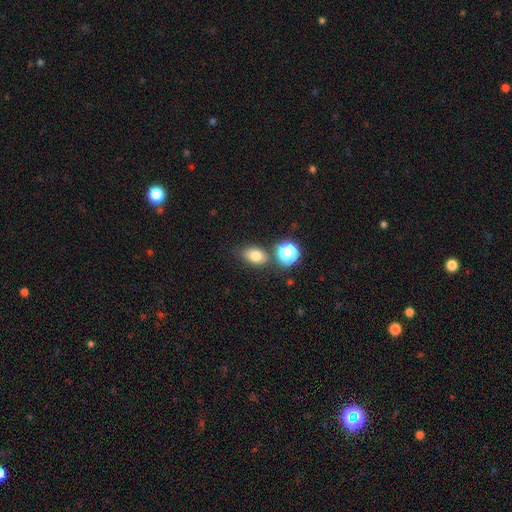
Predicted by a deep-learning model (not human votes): Smooth or featured?
  - smooth: 77% *
  - star or artifact: 14%
  - featured or disk: 10%
How rounded?
  - in between: 75% *
  - round: 23%
  - cigar-shaped: 2%
Merging?
  - none: 73% *
  - minor disturbance: 14%
  - merger: 9%
  - major disturbance: 4%